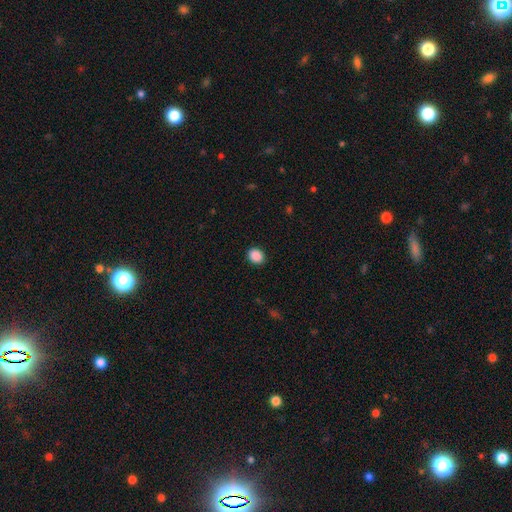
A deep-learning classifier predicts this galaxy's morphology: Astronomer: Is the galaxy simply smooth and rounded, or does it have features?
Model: smooth — 89%.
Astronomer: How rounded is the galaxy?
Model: round — 59% (runner-up: in between, 40%).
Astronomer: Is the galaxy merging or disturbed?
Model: none — 91%.